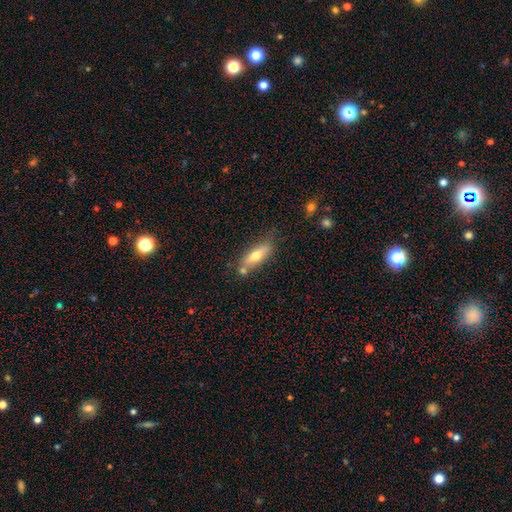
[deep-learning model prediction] The model was most divided on "how rounded": cigar-shaped: 51%, in between: 46%, round: 3%. More confident: merging — none (65%); smooth or featured — smooth (60%).